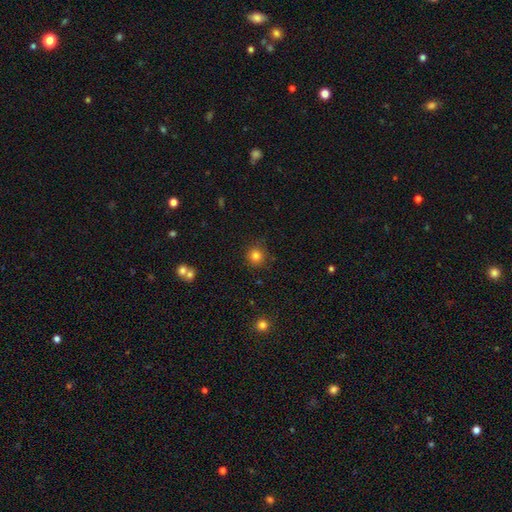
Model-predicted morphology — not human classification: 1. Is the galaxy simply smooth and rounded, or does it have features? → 81% smooth, 13% star or artifact, 6% featured or disk.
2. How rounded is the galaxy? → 93% round, 7% in between, 1% cigar-shaped.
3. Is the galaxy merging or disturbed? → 87% none, 9% minor disturbance, 3% major disturbance, 2% merger.